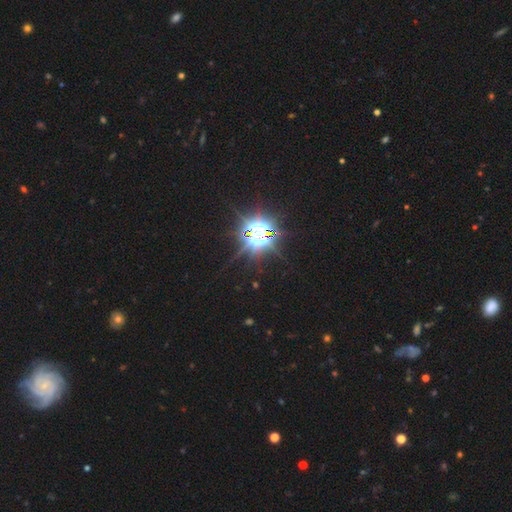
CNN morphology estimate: The model was most divided on "smooth or featured": star or artifact: 86%, smooth: 9%, featured or disk: 5%.